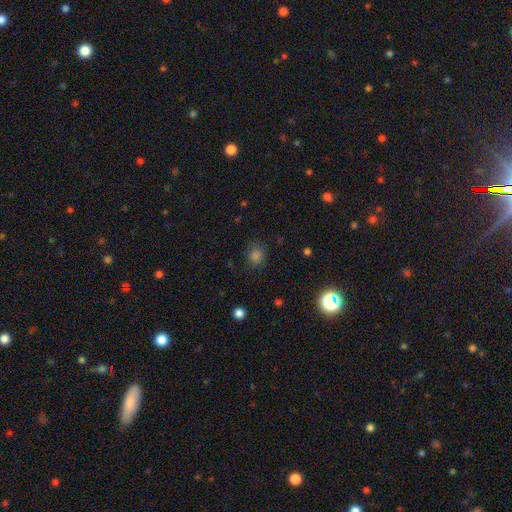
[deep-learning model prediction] Overall: smooth (75%). How rounded: round (68%; in between 31%). Merging: none (79%).